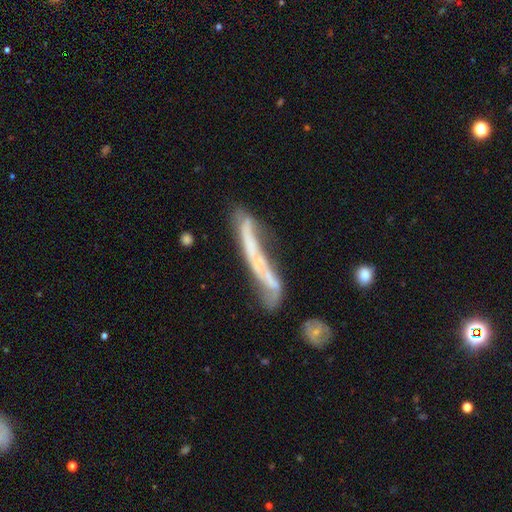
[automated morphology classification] Overall: featured or disk (63%; smooth 29%). Edge-on disk: yes (64%; no 36%). Merging: none (44%; minor disturbance 24%).